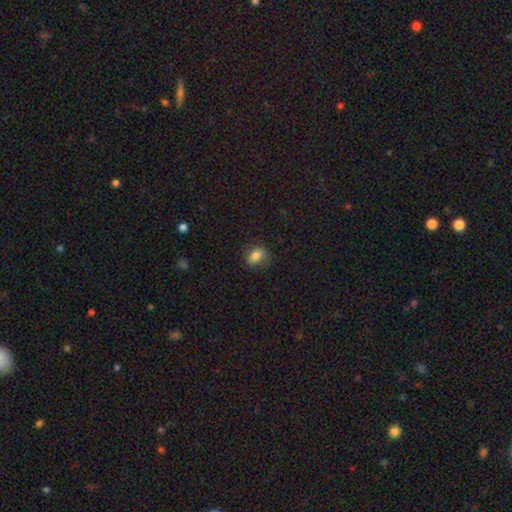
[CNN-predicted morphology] Smooth or featured?
  - smooth: 76% *
  - featured or disk: 14%
  - star or artifact: 10%
How rounded?
  - in between: 66% *
  - round: 33%
  - cigar-shaped: 2%
Merging?
  - none: 65% *
  - minor disturbance: 23%
  - major disturbance: 11%
  - merger: 1%